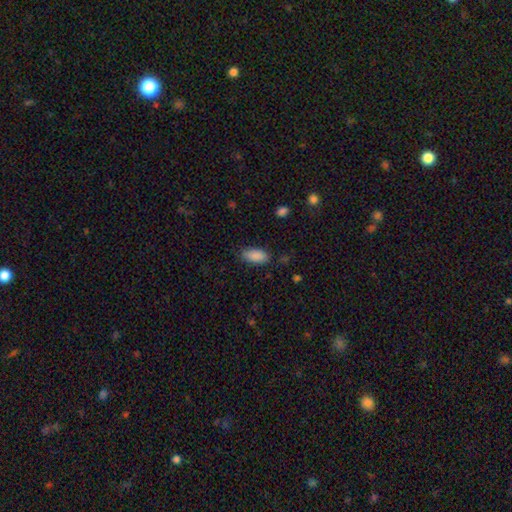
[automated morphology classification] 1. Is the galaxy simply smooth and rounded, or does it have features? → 89% smooth, 7% star or artifact, 4% featured or disk.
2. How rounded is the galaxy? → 89% in between, 9% cigar-shaped, 2% round.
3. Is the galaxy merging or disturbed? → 80% none, 15% minor disturbance, 3% major disturbance, 1% merger.